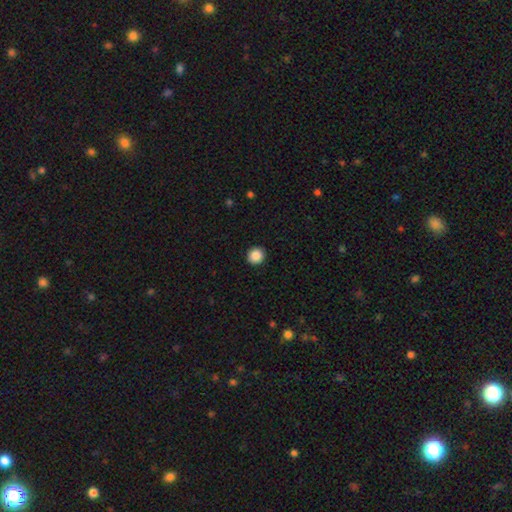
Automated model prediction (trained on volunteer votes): Q: Smooth or featured?
A: smooth (87%); runner-up: star or artifact (9%)
Q: How rounded?
A: round (93%); runner-up: in between (6%)
Q: Merging?
A: none (93%); runner-up: minor disturbance (4%)